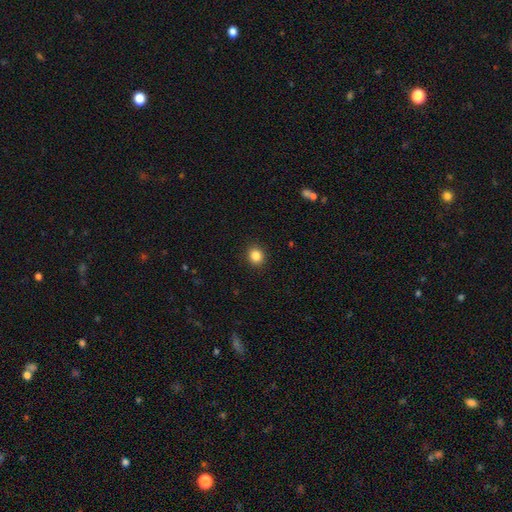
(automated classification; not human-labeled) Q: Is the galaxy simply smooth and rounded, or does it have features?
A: smooth — 85%.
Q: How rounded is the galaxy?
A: round — 79%.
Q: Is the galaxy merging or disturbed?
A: none — 92%.